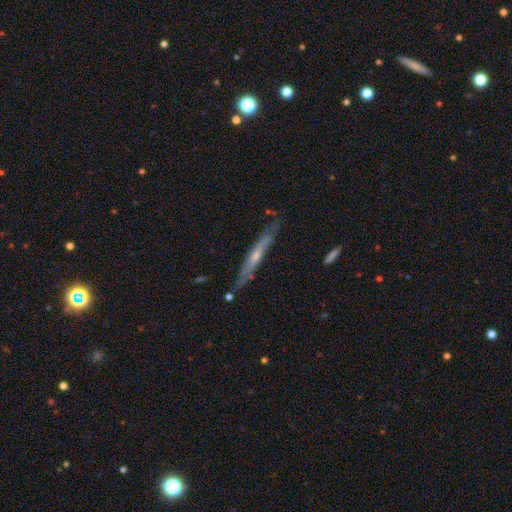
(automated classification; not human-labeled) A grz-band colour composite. It shows a featured or disk galaxy (66%) viewed edge-on (88%) with a rounded central bulge (53%). Merging: none (77%).